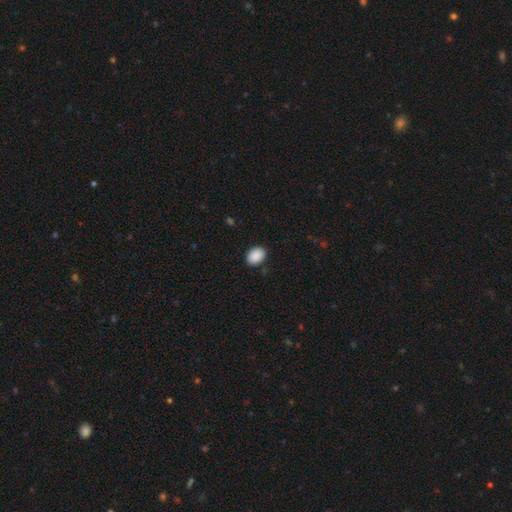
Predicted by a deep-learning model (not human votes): smooth-or-featured: smooth: 90% | star or artifact: 7% | featured or disk: 2%
  how-rounded: in between: 69% | round: 30% | cigar-shaped: 1%
  merging: none: 89% | minor disturbance: 8% | major disturbance: 2% | merger: 1%